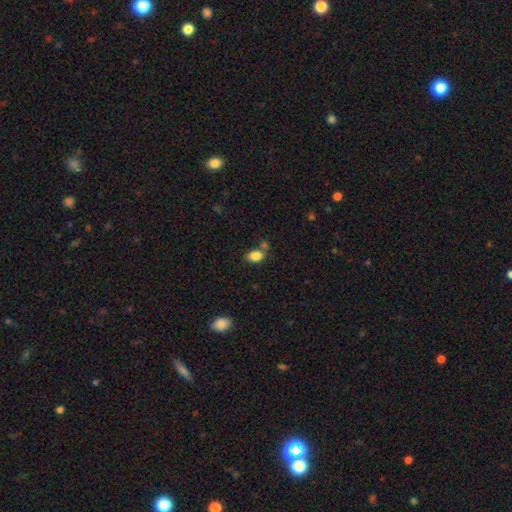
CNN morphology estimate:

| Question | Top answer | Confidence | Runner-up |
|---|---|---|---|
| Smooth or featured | smooth | 84% | star or artifact (9%) |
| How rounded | in between | 86% | round (12%) |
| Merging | none | 62% | merger (19%) |